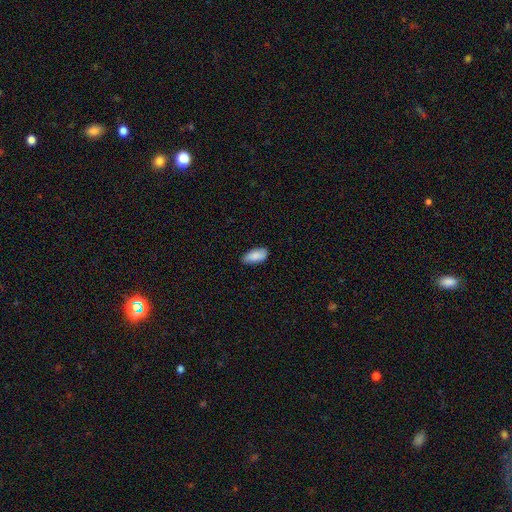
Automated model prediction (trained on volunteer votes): smooth-or-featured: smooth: 87% | featured or disk: 7% | star or artifact: 6%
  how-rounded: in between: 90% | cigar-shaped: 8% | round: 2%
  merging: none: 83% | minor disturbance: 14% | major disturbance: 2% | merger: 1%